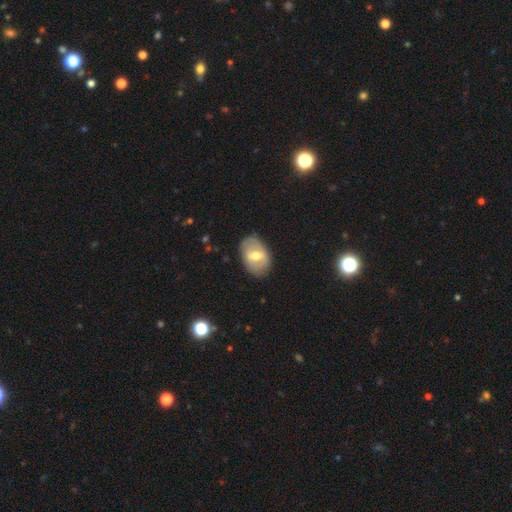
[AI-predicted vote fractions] Morphology: type=featured or disk (48%); merging=none (80%).